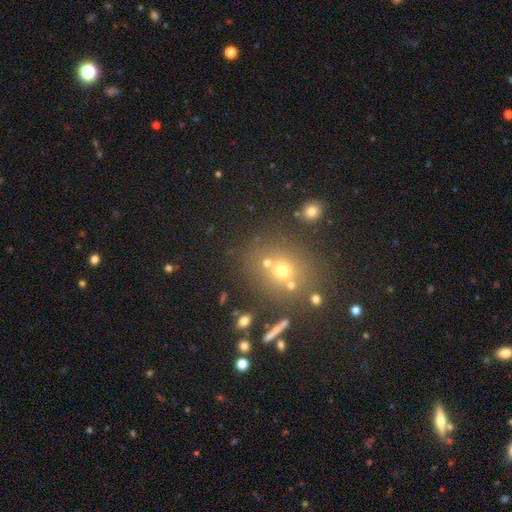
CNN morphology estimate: star or artifact 45%, smooth 42%, featured or disk 13%.